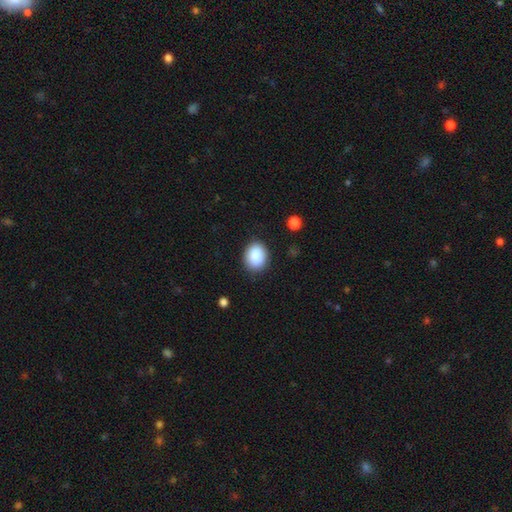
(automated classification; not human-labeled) smooth 88%, star or artifact 7%, featured or disk 5%. Down the decision tree: how rounded — in between (59%); merging — none (85%).